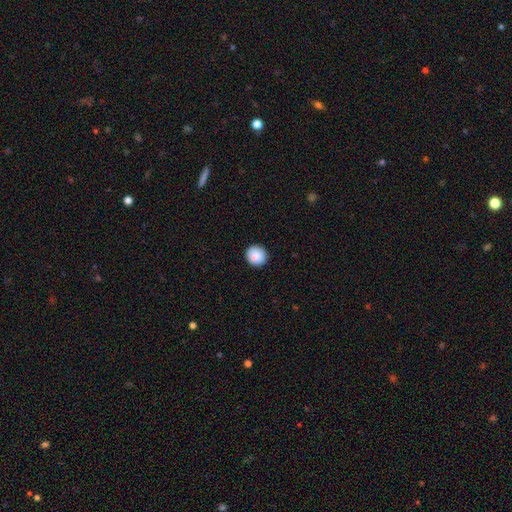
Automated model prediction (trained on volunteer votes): A smooth galaxy with no disk features (89%) that is round (92%). Merging: none (92%).